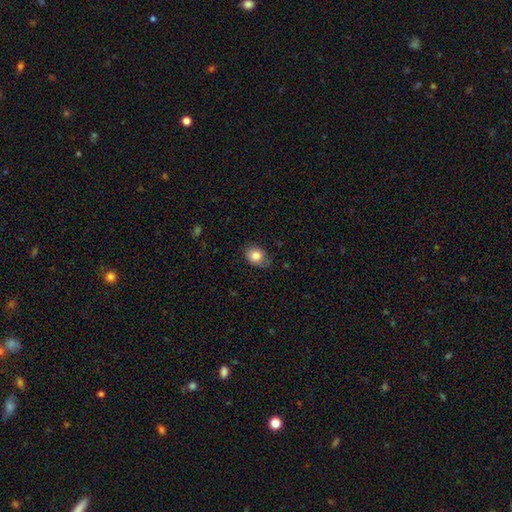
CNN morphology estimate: smooth-or-featured: smooth: 84% | star or artifact: 8% | featured or disk: 8%
  how-rounded: in between: 56% | round: 43% | cigar-shaped: 1%
  merging: none: 75% | minor disturbance: 20% | major disturbance: 4% | merger: 1%